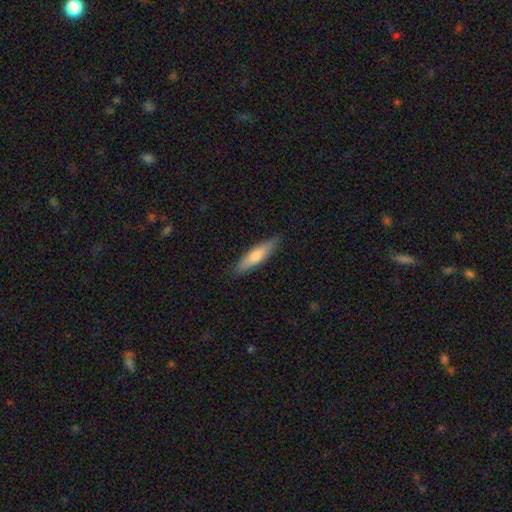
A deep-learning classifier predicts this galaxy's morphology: This is likely a smooth galaxy (66%). How rounded: likely cigar-shaped (75%). Merging: clearly none (88%).